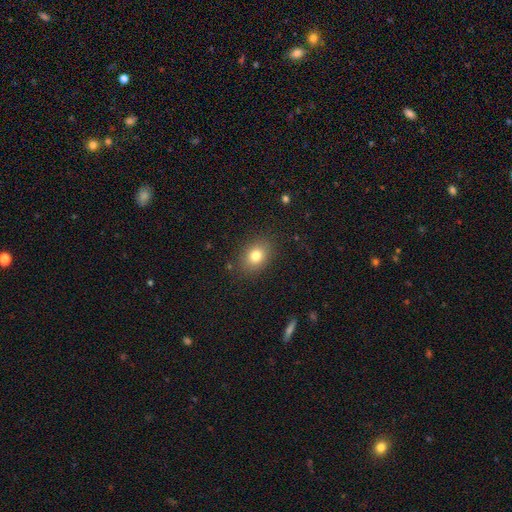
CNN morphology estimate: smooth-or-featured: smooth: 79% | star or artifact: 11% | featured or disk: 9%
  how-rounded: in between: 62% | round: 37% | cigar-shaped: 1%
  merging: none: 85% | minor disturbance: 10% | major disturbance: 3% | merger: 1%